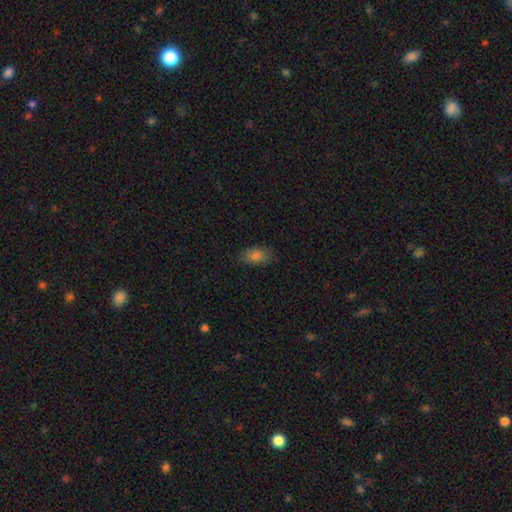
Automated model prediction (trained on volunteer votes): This is clearly a smooth galaxy (81%). How rounded: clearly in between (91%). Merging: clearly none (82%).